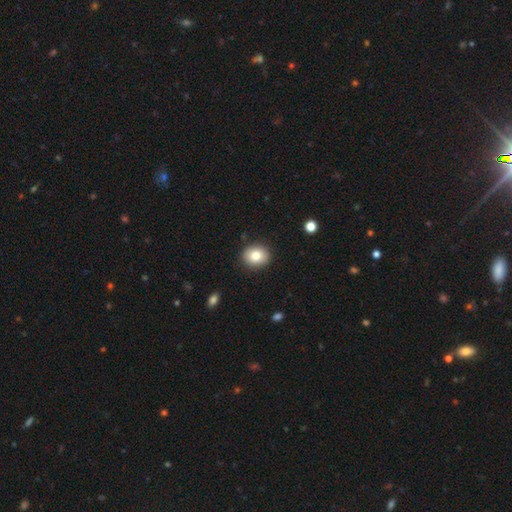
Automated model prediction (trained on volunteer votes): A smooth galaxy with no disk features (82%) that is round (64%).

Vote fractions:
- Smooth or featured? smooth: 82% / featured or disk: 9% / star or artifact: 9%
- How rounded? round: 64% / in between: 35% / cigar-shaped: 1%
- Merging? none: 89% / minor disturbance: 8% / major disturbance: 2% / merger: 1%